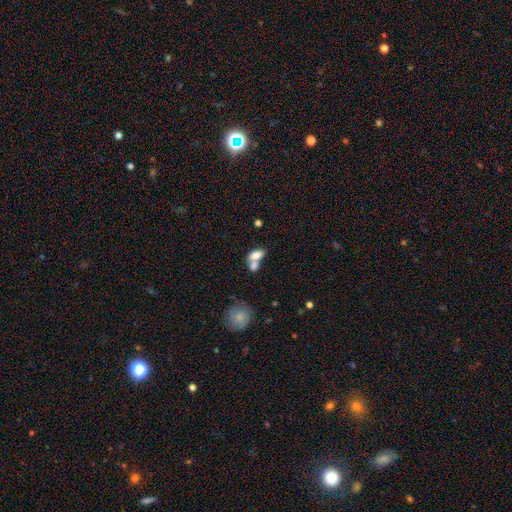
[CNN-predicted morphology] This is likely a smooth galaxy (76%). How rounded: clearly in between (86%). Merging: likely merger (63%).